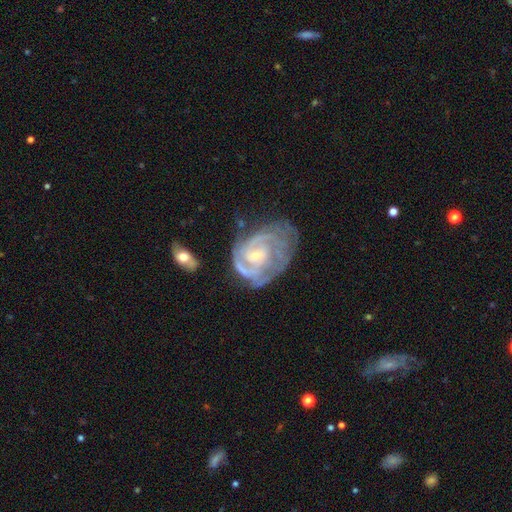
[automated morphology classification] Smooth or featured? featured or disk (86%)
Edge-on disk? no (97%)
Bar? no (62%)
Spiral arms? yes (94%)
Spiral winding? tight (63%)
Spiral arm count? 2 (32%)
Bulge size? small (70%)
Merging? none (45%)